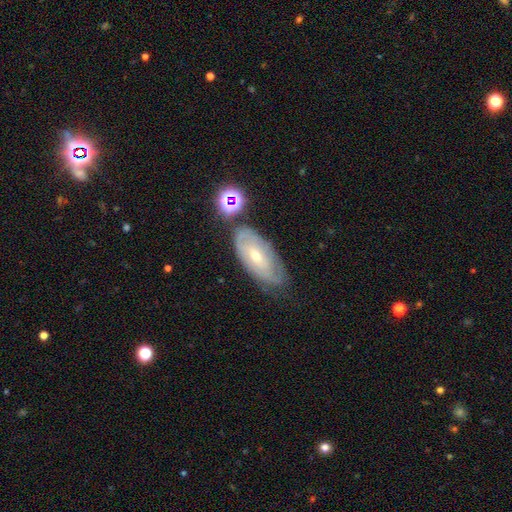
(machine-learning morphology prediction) Overall: featured or disk (64%; smooth 27%). Edge-on disk: no (88%). Bar: no (62%; weak 30%). Spiral arms: yes (74%). Bulge size: small (55%; moderate 42%). Merging: none (63%; minor disturbance 24%).